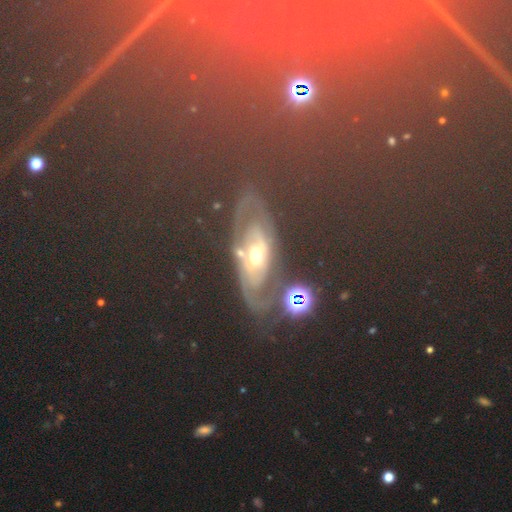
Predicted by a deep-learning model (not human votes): A featured or disk galaxy (69%) with no bar (59%), spiral arms (76%) and a moderate central bulge (62%).

Vote fractions:
- Smooth or featured? featured or disk: 69% / smooth: 16% / star or artifact: 15%
- Edge-on disk? no: 88% / yes: 12%
- Bar? no: 59% / weak: 28% / strong: 13%
- Spiral arms? yes: 76% / no: 24%
- Bulge size? moderate: 62% / small: 28% / large: 6% / dominant: 2% / none: 2%
- Merging? none: 50% / major disturbance: 24% / minor disturbance: 18% / merger: 8%